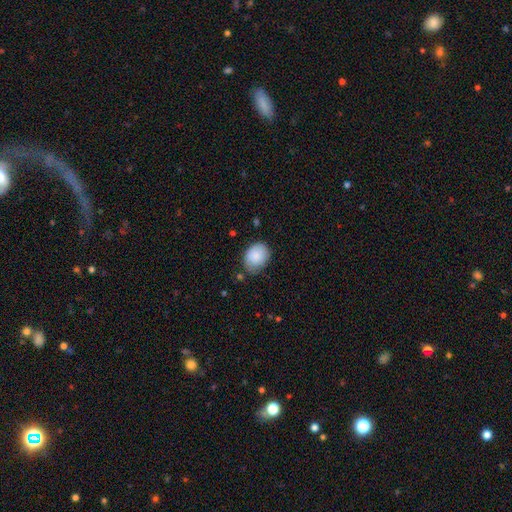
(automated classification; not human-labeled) A smooth galaxy with no disk features (87%) that is in between round and cigar-shaped (62%).

Vote fractions:
- Smooth or featured? smooth: 87% / star or artifact: 7% / featured or disk: 6%
- How rounded? in between: 62% / round: 37% / cigar-shaped: 1%
- Merging? none: 68% / minor disturbance: 25% / major disturbance: 5% / merger: 2%